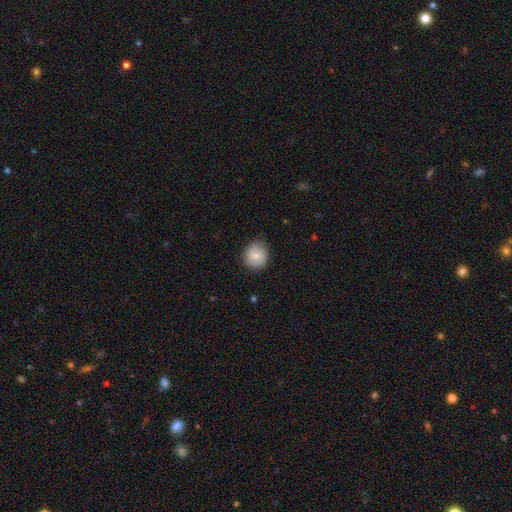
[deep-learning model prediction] smooth-or-featured: smooth: 79% | featured or disk: 14% | star or artifact: 7%
  how-rounded: round: 83% | in between: 16% | cigar-shaped: 1%
  merging: none: 82% | minor disturbance: 14% | major disturbance: 3% | merger: 1%